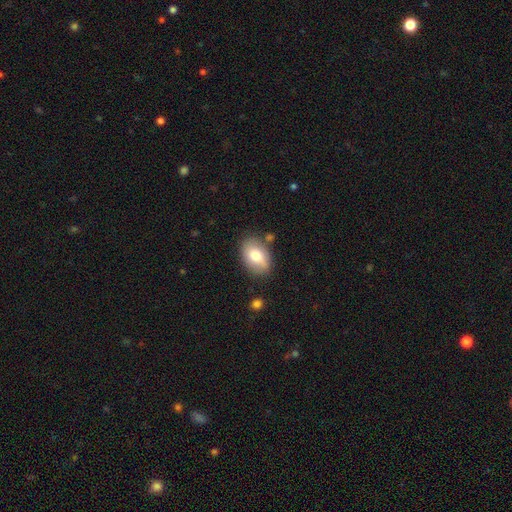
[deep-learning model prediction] This is likely a smooth galaxy (74%). How rounded: clearly in between (84%). Merging: likely none (76%).